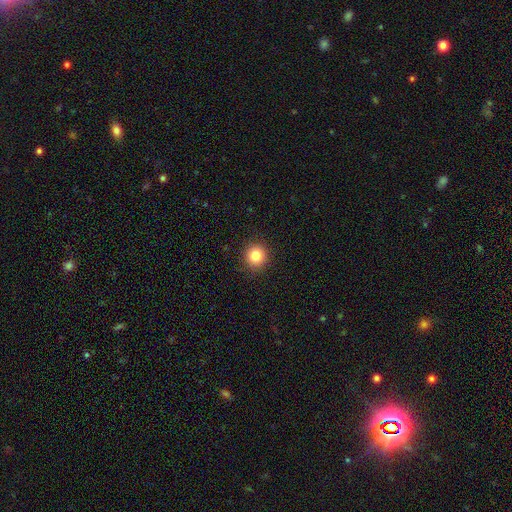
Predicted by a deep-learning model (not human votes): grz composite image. It shows a smooth galaxy with no disk features (83%) that is round (92%). Merging: none (90%).